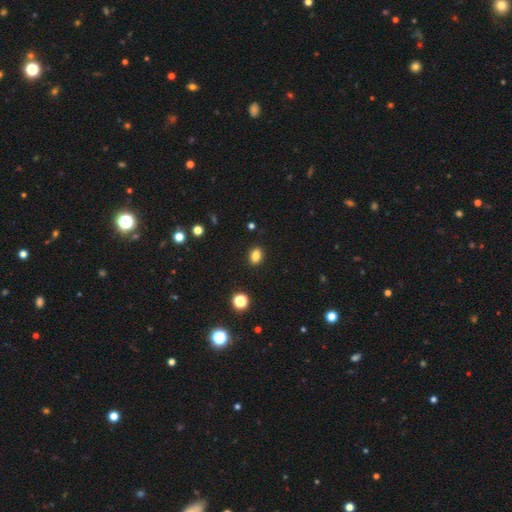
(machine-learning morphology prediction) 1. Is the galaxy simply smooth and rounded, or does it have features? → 83% smooth, 12% star or artifact, 5% featured or disk.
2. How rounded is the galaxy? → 75% in between, 23% round, 2% cigar-shaped.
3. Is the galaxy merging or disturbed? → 89% none, 8% minor disturbance, 2% major disturbance, 2% merger.